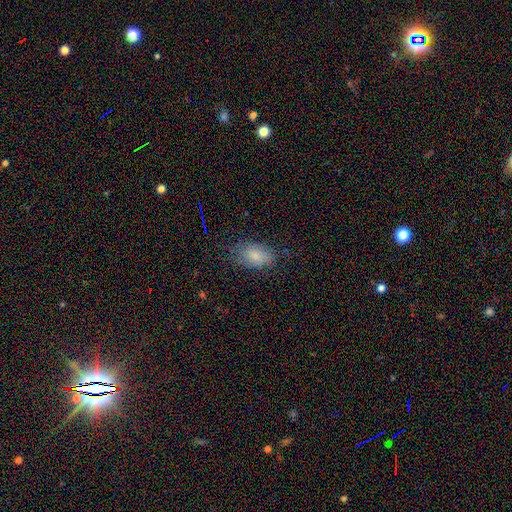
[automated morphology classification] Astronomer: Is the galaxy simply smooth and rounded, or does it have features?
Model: smooth — 81%.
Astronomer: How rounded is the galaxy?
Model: in between — 90%.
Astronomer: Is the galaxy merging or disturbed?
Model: none — 70%.